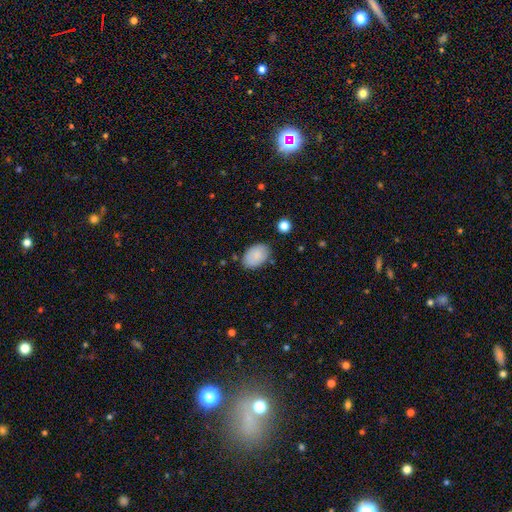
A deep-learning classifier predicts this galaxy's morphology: Smooth or featured? smooth (85%)
How rounded? in between (89%)
Merging? none (79%)